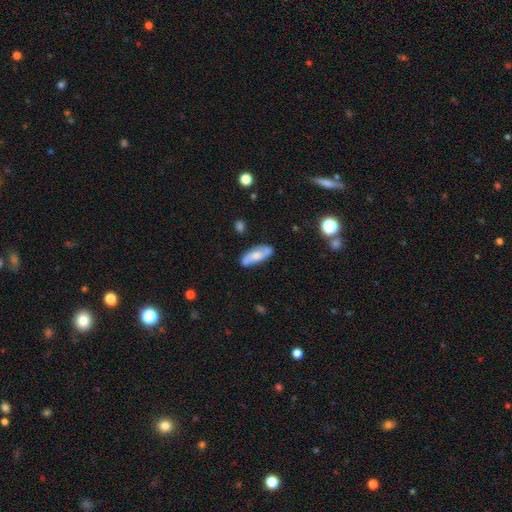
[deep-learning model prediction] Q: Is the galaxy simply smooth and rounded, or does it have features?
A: smooth — 47%.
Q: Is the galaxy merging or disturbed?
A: none — 75%.